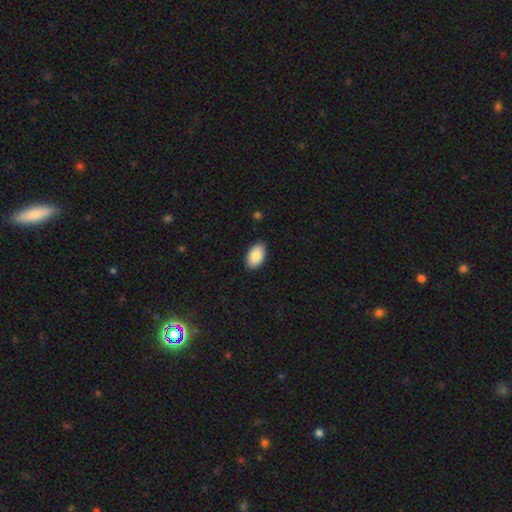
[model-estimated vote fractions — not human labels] This appears to be a smooth galaxy with no disk features (87%) that is in between round and cigar-shaped (94%). Merging: none (87%).